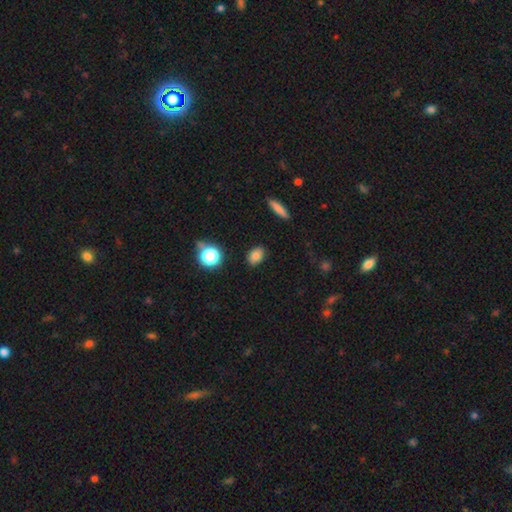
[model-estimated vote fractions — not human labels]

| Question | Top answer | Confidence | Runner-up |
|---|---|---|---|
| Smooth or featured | smooth | 81% | star or artifact (12%) |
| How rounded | in between | 76% | round (22%) |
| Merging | none | 86% | minor disturbance (9%) |